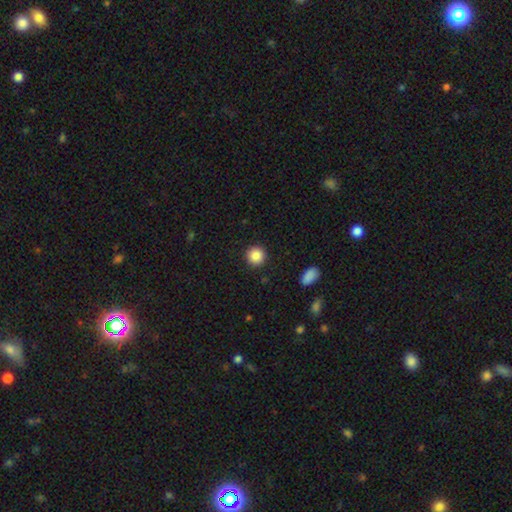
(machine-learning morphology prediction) smooth_or_featured: smooth (p=0.87) [alt: star or artifact p=0.09]
how_rounded: round (p=0.94) [alt: in between p=0.05]
merging: none (p=0.92) [alt: minor disturbance p=0.05]